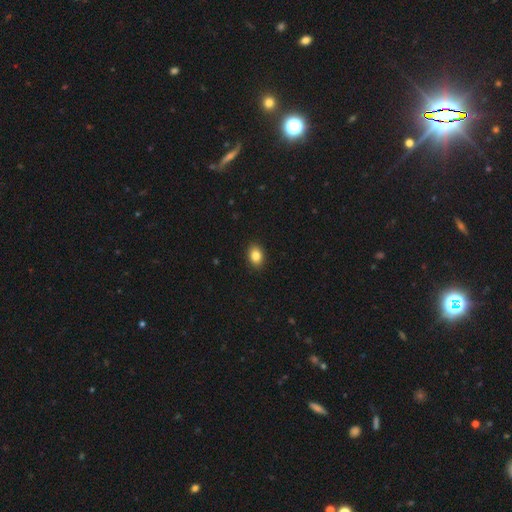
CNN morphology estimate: Smooth or featured: smooth — 86% (star or artifact — 9%)
How rounded: in between — 75% (round — 24%)
Merging: none — 90% (minor disturbance — 7%)